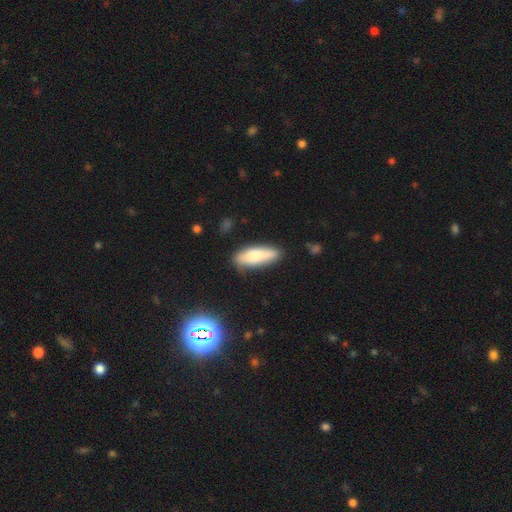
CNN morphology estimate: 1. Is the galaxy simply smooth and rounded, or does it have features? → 77% smooth, 17% featured or disk, 6% star or artifact.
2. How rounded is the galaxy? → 54% in between, 44% cigar-shaped, 2% round.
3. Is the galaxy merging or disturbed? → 78% none, 16% minor disturbance, 3% major disturbance, 3% merger.